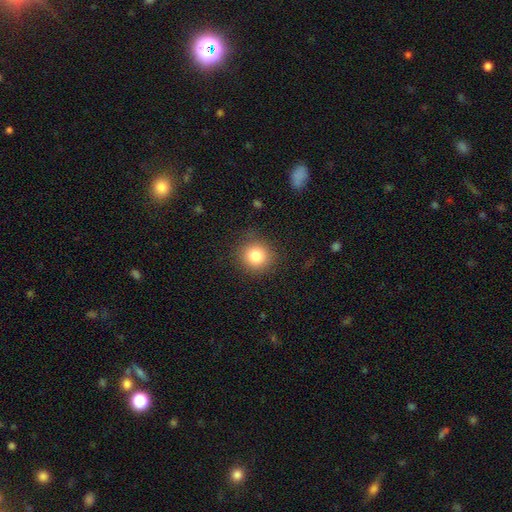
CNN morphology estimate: Q: Smooth or featured?
A: smooth (83%); runner-up: star or artifact (10%)
Q: How rounded?
A: round (90%); runner-up: in between (9%)
Q: Merging?
A: none (84%); runner-up: minor disturbance (11%)